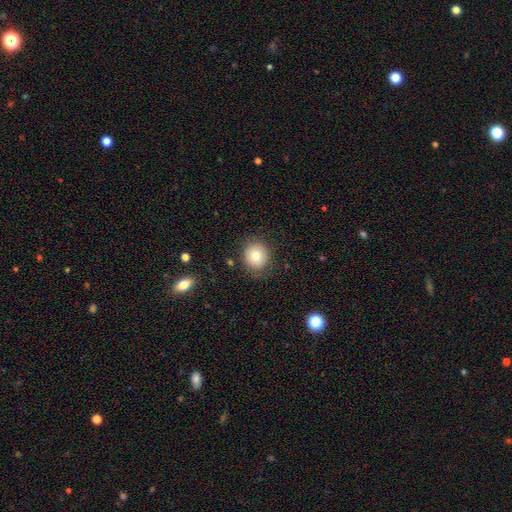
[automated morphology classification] Smooth or featured? smooth (77%)
How rounded? round (85%)
Merging? none (83%)